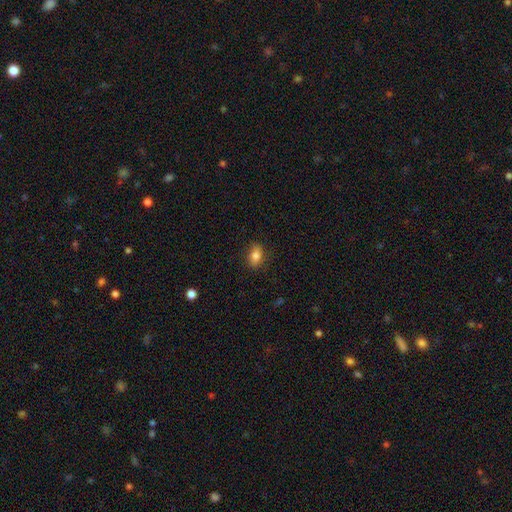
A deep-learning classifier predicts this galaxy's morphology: smooth-or-featured: smooth: 80% | featured or disk: 11% | star or artifact: 9%
  how-rounded: in between: 81% | round: 14% | cigar-shaped: 4%
  merging: none: 84% | minor disturbance: 13% | major disturbance: 3% | merger: 1%